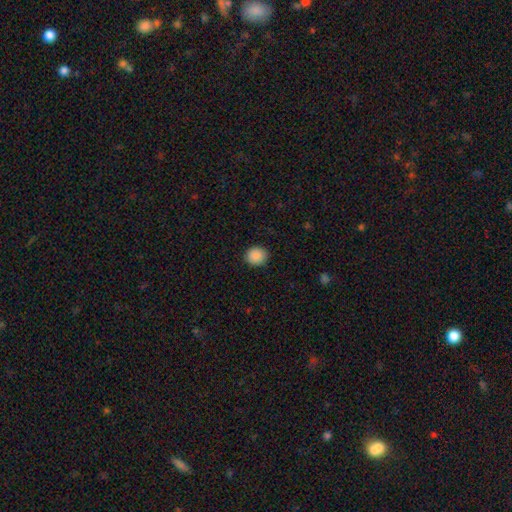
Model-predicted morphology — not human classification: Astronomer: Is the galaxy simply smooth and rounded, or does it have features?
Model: smooth — 89%.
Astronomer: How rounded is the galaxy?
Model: round — 81%.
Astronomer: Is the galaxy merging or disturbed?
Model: none — 90%.